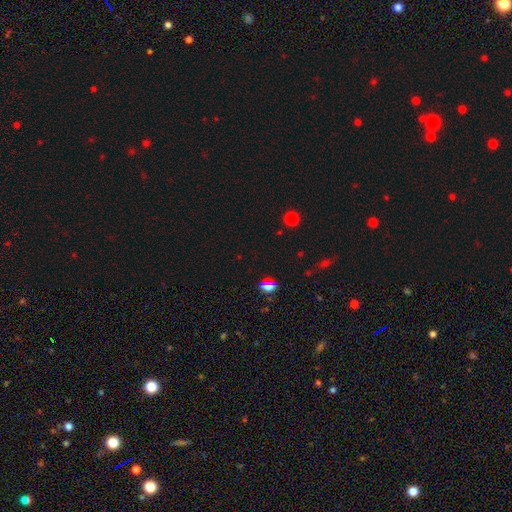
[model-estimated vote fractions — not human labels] Smooth or featured?
  - star or artifact: 66% *
  - smooth: 27%
  - featured or disk: 7%